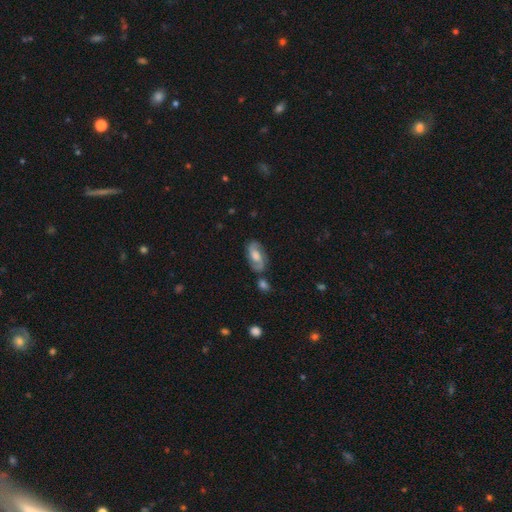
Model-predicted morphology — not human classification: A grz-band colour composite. It shows a featured or disk galaxy (67%) with no bar (47%), 2 (87%) medium (49%) spiral arms (89%) and a moderate central bulge (42%). Merging: none (72%).